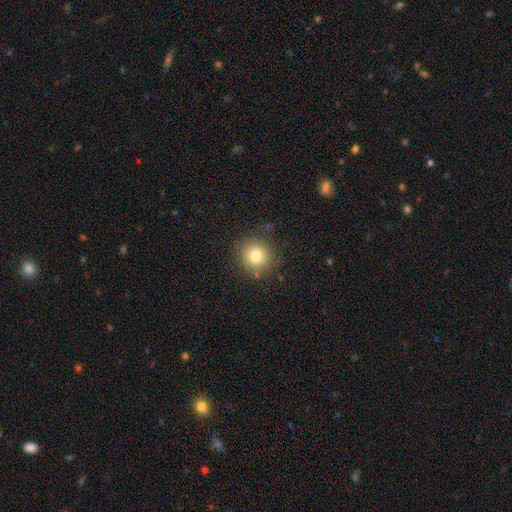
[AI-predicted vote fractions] smooth_or_featured: smooth (p=0.79) [alt: star or artifact p=0.12]
how_rounded: round (p=0.91) [alt: in between p=0.08]
merging: none (p=0.85) [alt: minor disturbance p=0.10]